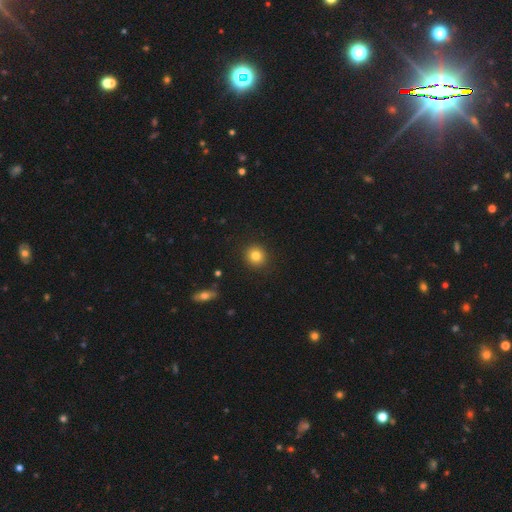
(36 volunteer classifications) Volunteers were most divided on "smooth or featured": smooth: 83%, featured or disk: 8%, star or artifact: 8%. More confident: merging — none (97%); how rounded — round (90%).